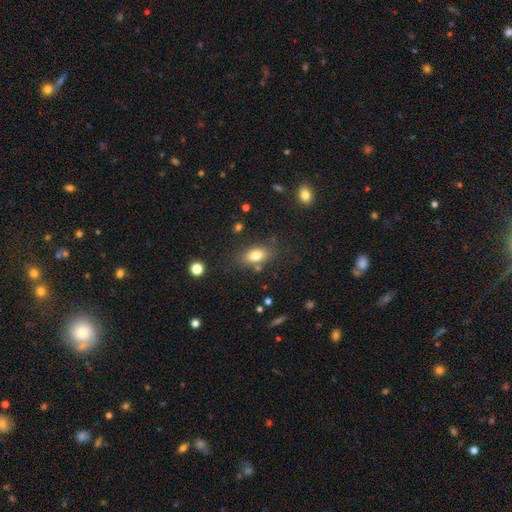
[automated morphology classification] A smooth galaxy with no disk features (78%) that is in between round and cigar-shaped (84%). Merging: none (76%).